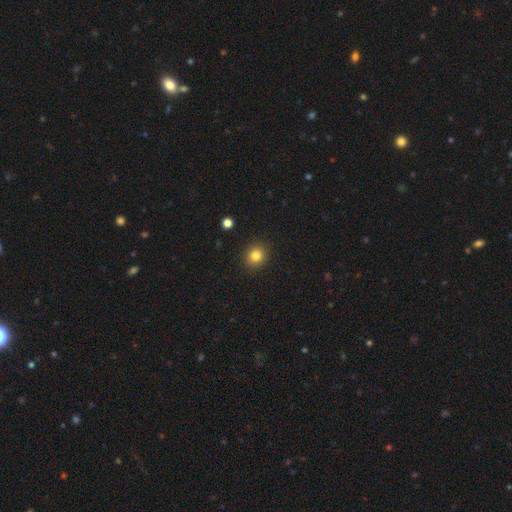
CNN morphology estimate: Overall: smooth (82%). How rounded: round (83%). Merging: none (91%).